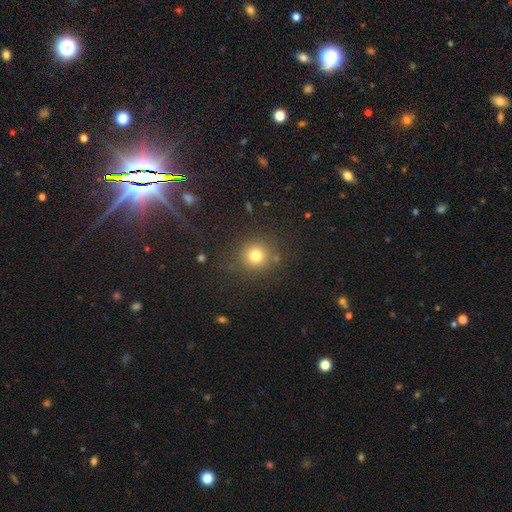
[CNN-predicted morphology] A smooth galaxy with no disk features (78%) that is round (91%). Merging: none (83%).